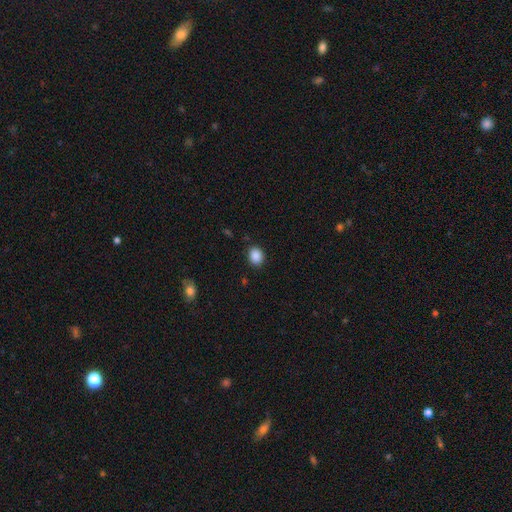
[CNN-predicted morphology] This appears to be a smooth galaxy with no disk features (88%) that is round (51%). Merging: none (86%).